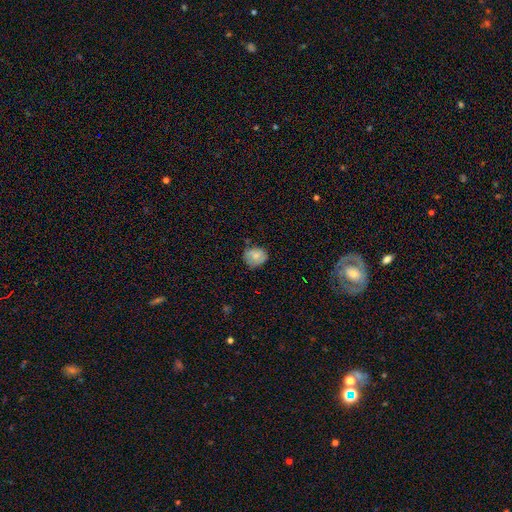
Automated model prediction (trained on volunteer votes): Smooth or featured?
  - smooth: 73% *
  - featured or disk: 19%
  - star or artifact: 8%
How rounded?
  - round: 72% *
  - in between: 27%
  - cigar-shaped: 1%
Merging?
  - none: 66% *
  - minor disturbance: 26%
  - major disturbance: 5%
  - merger: 3%